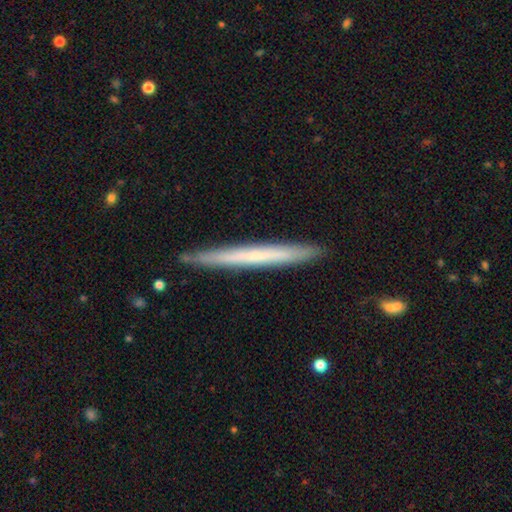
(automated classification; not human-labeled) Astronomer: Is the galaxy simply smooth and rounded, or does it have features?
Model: smooth — 48% (runner-up: featured or disk, 46%).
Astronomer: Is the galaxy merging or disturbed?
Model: none — 90%.